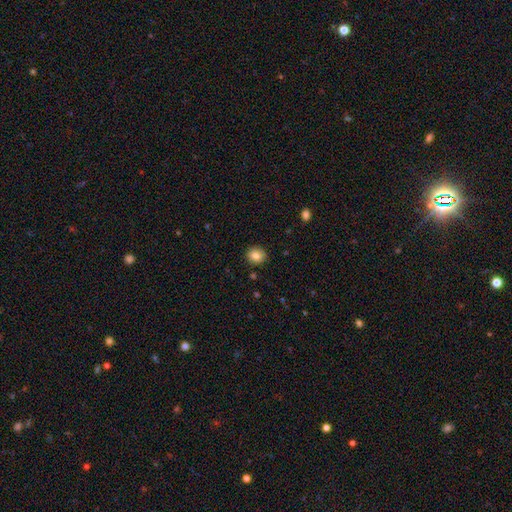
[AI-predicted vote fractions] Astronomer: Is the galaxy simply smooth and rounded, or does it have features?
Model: smooth — 83%.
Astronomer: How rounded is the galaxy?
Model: round — 85%.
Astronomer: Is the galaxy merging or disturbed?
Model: none — 90%.